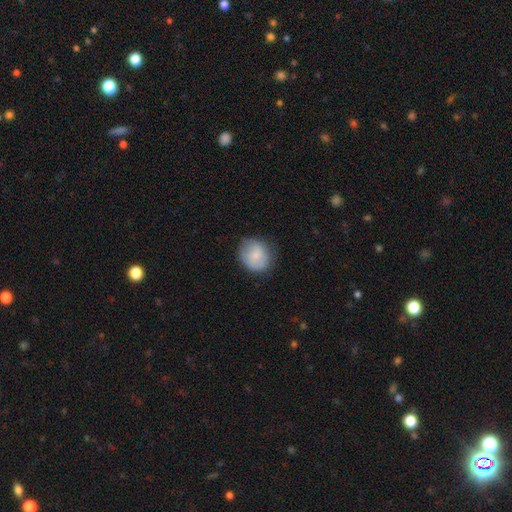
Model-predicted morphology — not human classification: type=smooth (74%); roundness=round (75%); merging=none (73%).